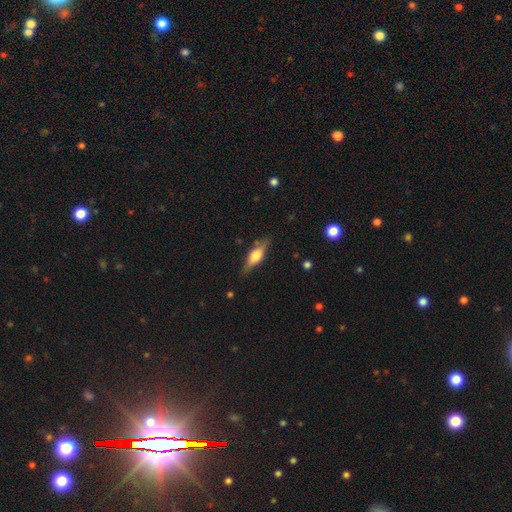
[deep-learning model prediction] Smooth or featured?
  - featured or disk: 56% *
  - smooth: 37%
  - star or artifact: 7%
Edge-on disk?
  - yes: 93% *
  - no: 7%
Edge-on bulge?
  - rounded: 86% *
  - boxy: 12%
  - none: 2%
Merging?
  - none: 82% *
  - minor disturbance: 14%
  - major disturbance: 3%
  - merger: 2%